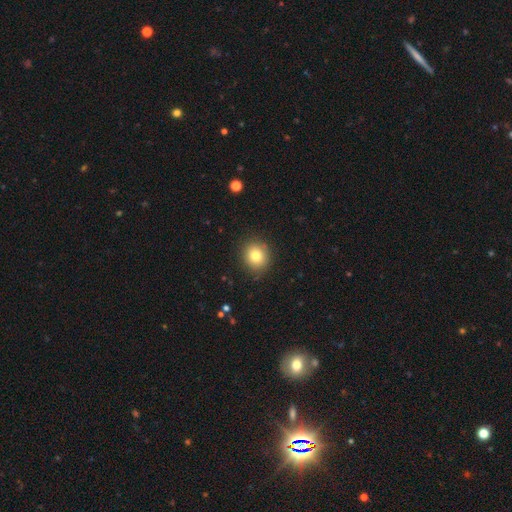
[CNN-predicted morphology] A smooth galaxy with no disk features (79%) that is round (84%).

Vote fractions:
- Smooth or featured? smooth: 79% / star or artifact: 12% / featured or disk: 9%
- How rounded? round: 84% / in between: 15% / cigar-shaped: 1%
- Merging? none: 89% / minor disturbance: 8% / major disturbance: 2% / merger: 1%